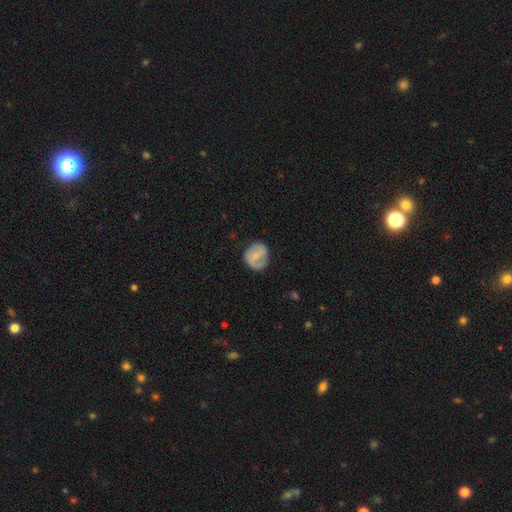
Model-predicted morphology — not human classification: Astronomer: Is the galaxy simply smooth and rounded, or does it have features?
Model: featured or disk — 51% (runner-up: smooth, 43%).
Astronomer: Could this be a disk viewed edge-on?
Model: no — 97%.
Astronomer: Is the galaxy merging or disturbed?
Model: none — 66%.